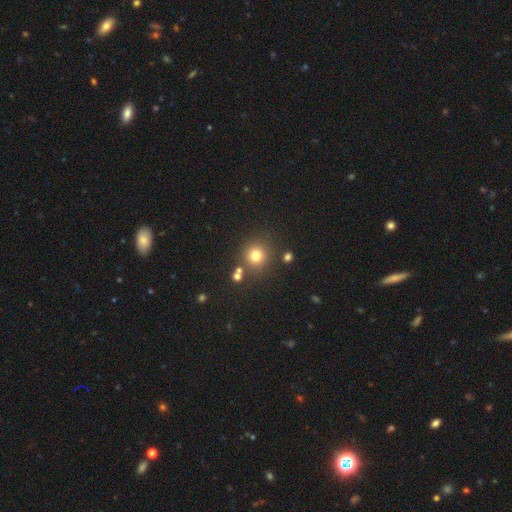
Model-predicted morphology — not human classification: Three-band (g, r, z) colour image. It shows a smooth galaxy with no disk features (76%) that is round (92%). Merging: none (80%).